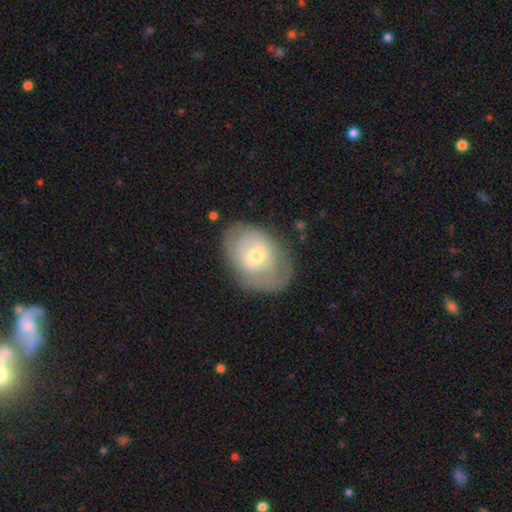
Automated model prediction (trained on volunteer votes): Smooth or featured?
  - featured or disk: 62% *
  - smooth: 31%
  - star or artifact: 6%
Edge-on disk?
  - no: 95% *
  - yes: 5%
Bar?
  - no: 63% *
  - weak: 30%
  - strong: 7%
Spiral arms?
  - yes: 64% *
  - no: 36%
Bulge size?
  - moderate: 56% *
  - small: 39%
  - large: 3%
  - none: 1%
  - dominant: 1%
Merging?
  - none: 67% *
  - minor disturbance: 22%
  - major disturbance: 9%
  - merger: 2%